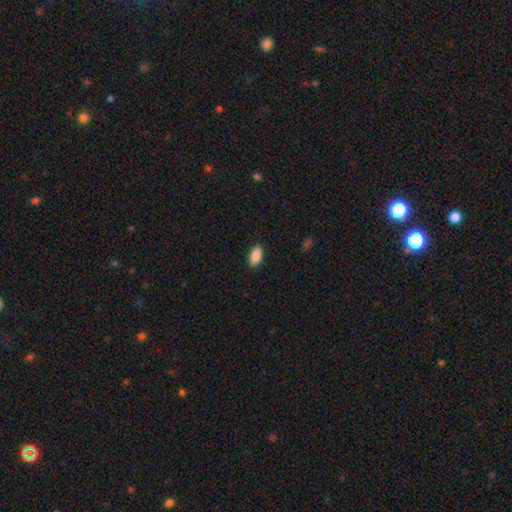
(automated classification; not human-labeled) Smooth or featured? Predicted: smooth (p=0.90). How rounded? Predicted: in between (p=0.94). Merging? Predicted: none (p=0.89).